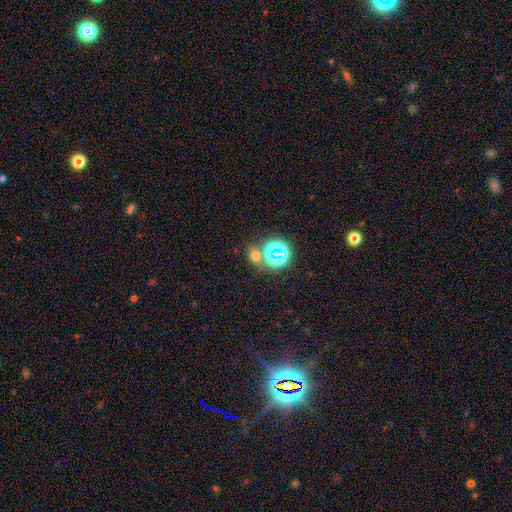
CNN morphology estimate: This is possibly a smooth galaxy (53%). How rounded: likely round (61%). Merging: likely none (69%).